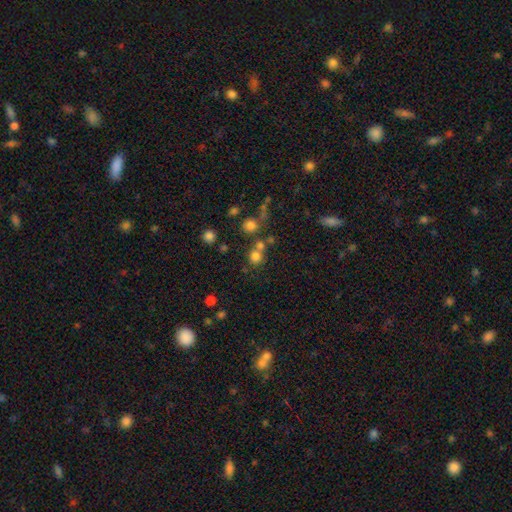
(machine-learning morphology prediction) Smooth or featured: smooth — 60% (star or artifact — 30%)
How rounded: round — 88% (in between — 11%)
Merging: none — 63% (merger — 25%)